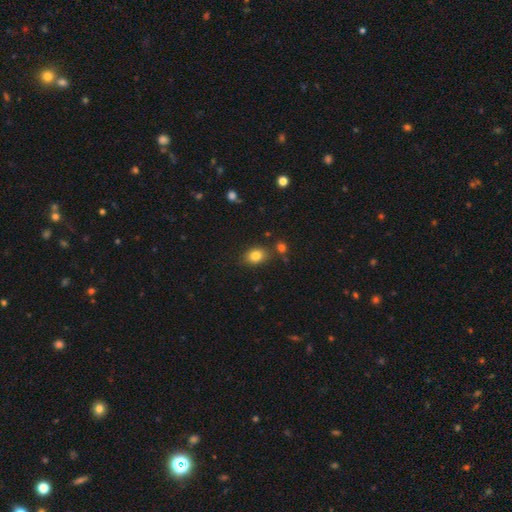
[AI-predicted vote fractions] Smooth or featured?
  - smooth: 82% *
  - star or artifact: 10%
  - featured or disk: 8%
How rounded?
  - in between: 67% *
  - round: 32%
  - cigar-shaped: 1%
Merging?
  - none: 79% *
  - minor disturbance: 12%
  - merger: 6%
  - major disturbance: 3%